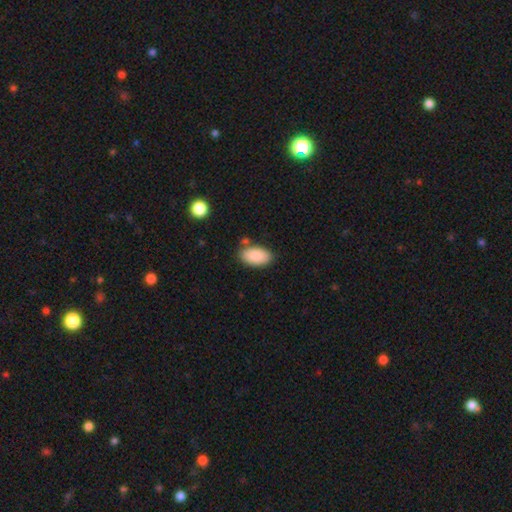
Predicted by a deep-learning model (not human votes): smooth-or-featured: smooth: 89% | star or artifact: 6% | featured or disk: 5%
  how-rounded: in between: 95% | round: 3% | cigar-shaped: 2%
  merging: none: 79% | minor disturbance: 13% | merger: 5% | major disturbance: 3%